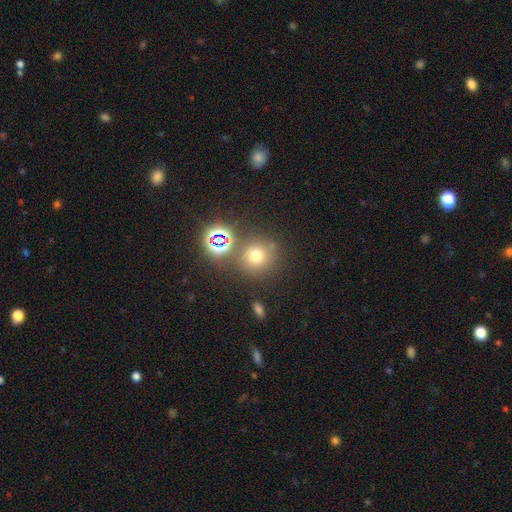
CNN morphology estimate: Overall: smooth (65%). How rounded: round (91%). Merging: none (75%).